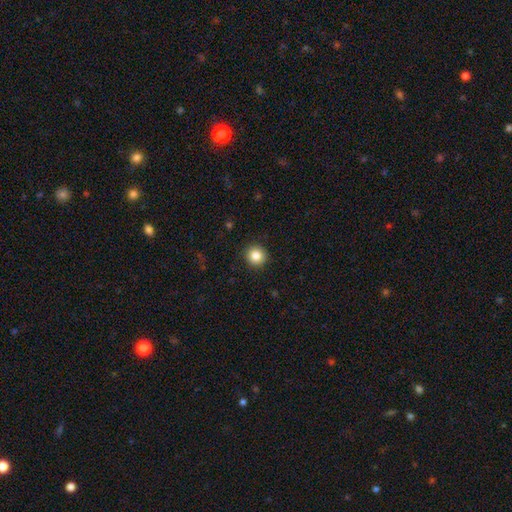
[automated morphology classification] This appears to be a smooth galaxy with no disk features (84%) that is round (94%). Merging: none (92%).